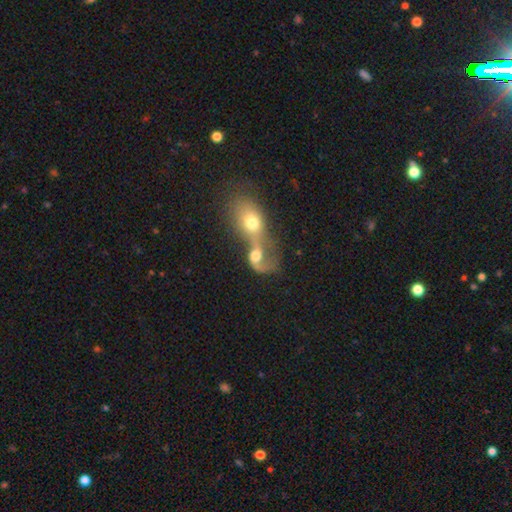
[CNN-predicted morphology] Smooth or featured? featured or disk (47%)
Merging? merger (82%)